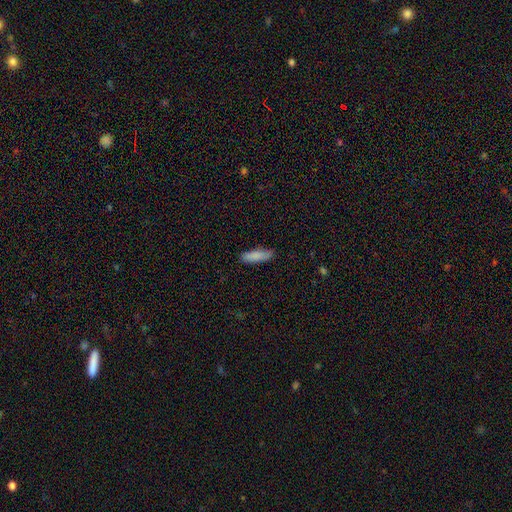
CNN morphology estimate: Smooth or featured? Predicted: smooth (p=0.86). How rounded? Predicted: cigar-shaped (p=0.58). Merging? Predicted: none (p=0.82).